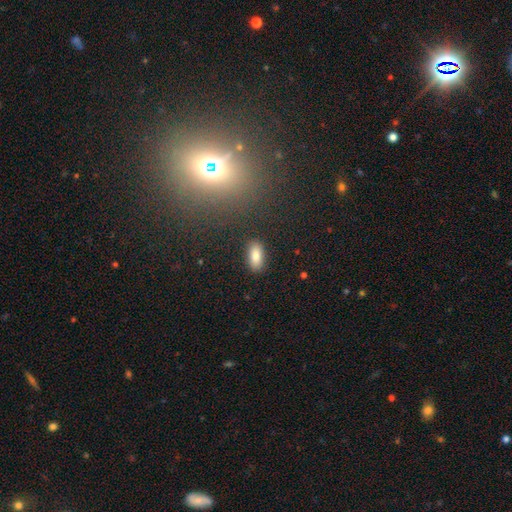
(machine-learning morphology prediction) The model was most divided on "smooth or featured": smooth: 84%, star or artifact: 8%, featured or disk: 8%. More confident: how rounded — in between (91%); merging — none (86%).